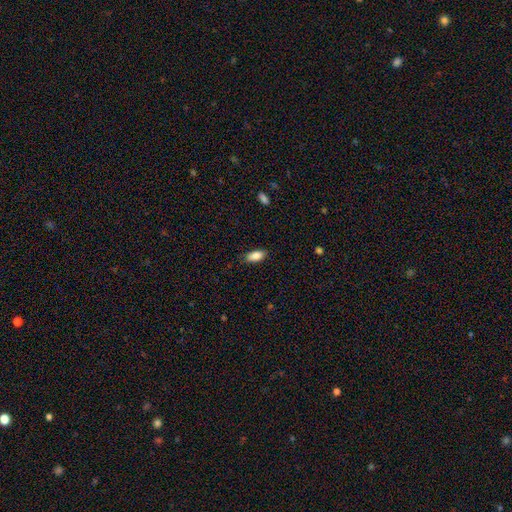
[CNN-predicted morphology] Overall: smooth (86%). How rounded: in between (88%). Merging: none (83%).